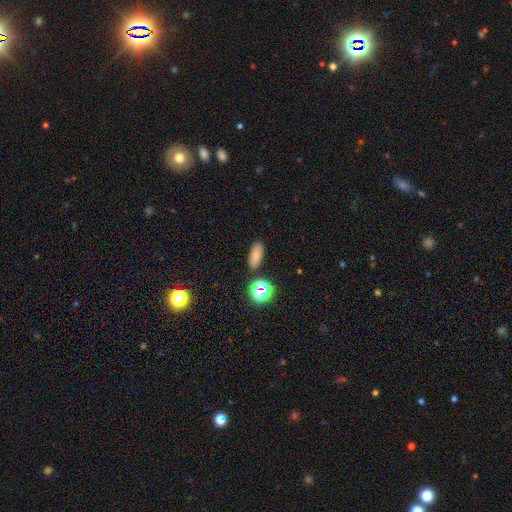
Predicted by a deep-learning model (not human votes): Smooth or featured? smooth (75%)
How rounded? in between (77%)
Merging? none (84%)